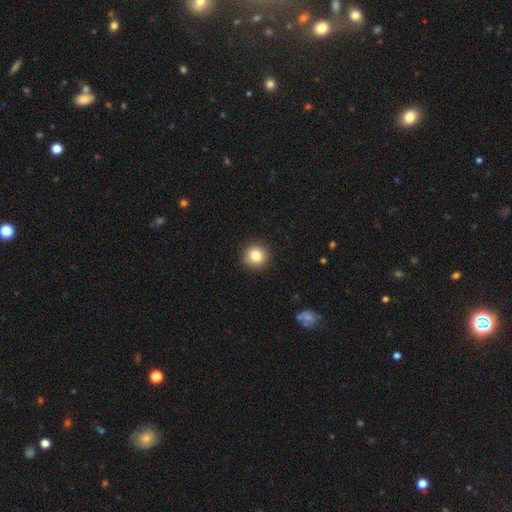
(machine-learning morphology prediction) Q: Smooth or featured?
A: smooth (82%); runner-up: star or artifact (11%)
Q: How rounded?
A: round (93%); runner-up: in between (6%)
Q: Merging?
A: none (91%); runner-up: minor disturbance (7%)